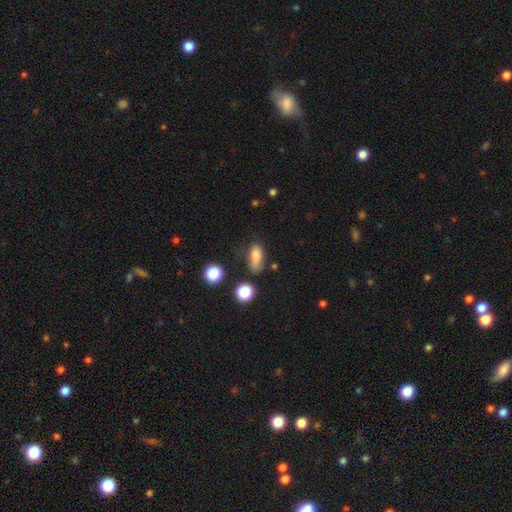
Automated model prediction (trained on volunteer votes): The model was most divided on "merging": none: 55%, minor disturbance: 27%, major disturbance: 11%, merger: 7%. More confident: smooth or featured — smooth (78%); how rounded — in between (77%).